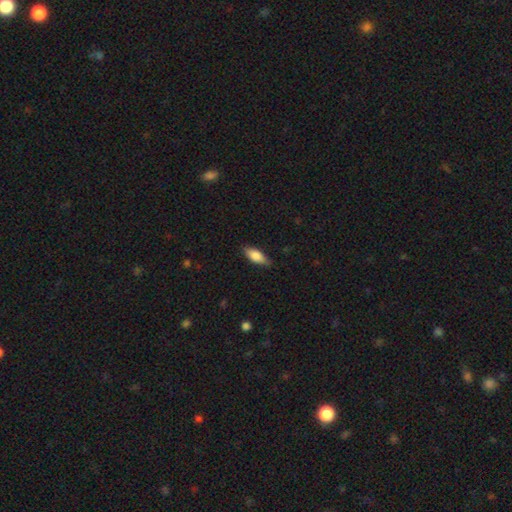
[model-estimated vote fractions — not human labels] This appears to be a smooth galaxy with no disk features (78%) that is in between round and cigar-shaped (75%). Merging: none (83%).